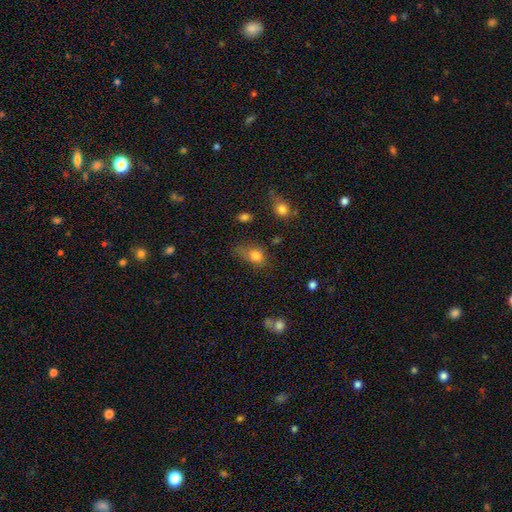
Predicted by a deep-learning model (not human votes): A smooth galaxy with no disk features (78%) that is in between round and cigar-shaped (64%). Merging: none (43%).